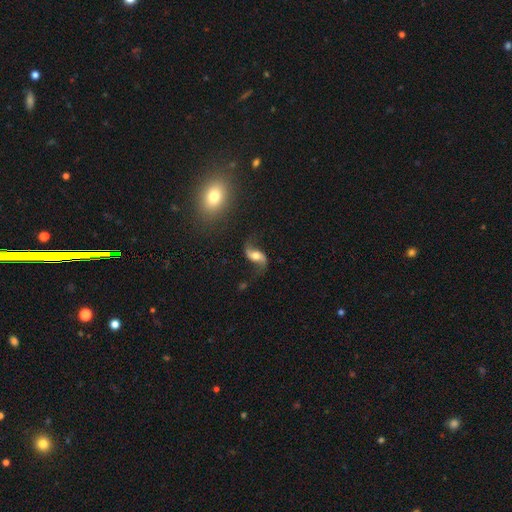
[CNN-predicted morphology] Smooth or featured? Predicted: featured or disk (p=0.82). Edge-on disk? Predicted: no (p=0.95). Bar? Predicted: no (p=0.47). Spiral arms? Predicted: yes (p=0.96). Spiral winding? Predicted: loose (p=0.89). Spiral arm count? Predicted: 2 (p=0.94). Bulge size? Predicted: moderate (p=0.48). Merging? Predicted: none (p=0.74).